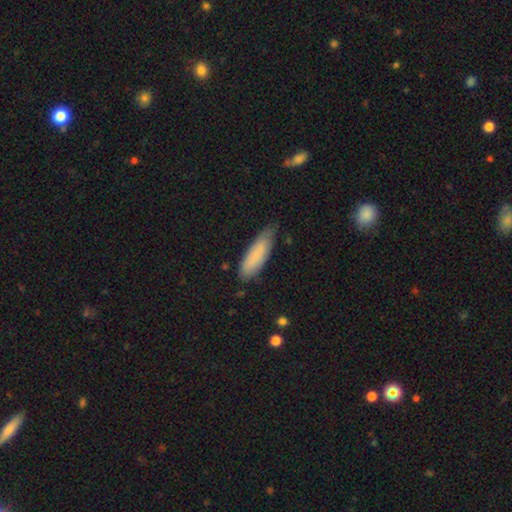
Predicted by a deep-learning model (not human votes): Smooth or featured?
  - smooth: 83% *
  - featured or disk: 11%
  - star or artifact: 6%
How rounded?
  - cigar-shaped: 49% * (tied)
  - in between: 49% * (tied)
  - round: 1%
Merging?
  - none: 64% *
  - minor disturbance: 29%
  - major disturbance: 5%
  - merger: 2%